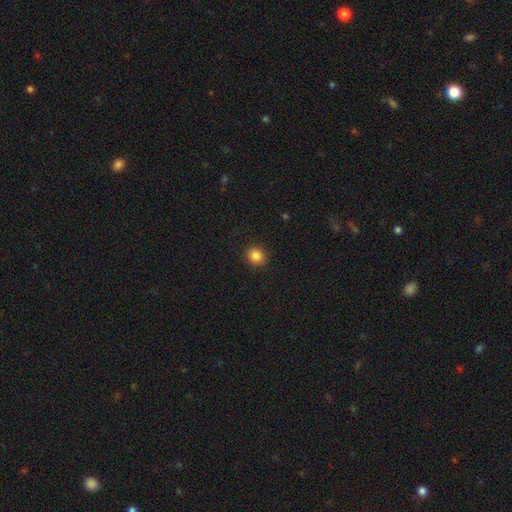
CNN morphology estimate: smooth-or-featured: smooth: 86% | star or artifact: 10% | featured or disk: 4%
  how-rounded: round: 82% | in between: 17% | cigar-shaped: 1%
  merging: none: 91% | minor disturbance: 6% | major disturbance: 2% | merger: 1%